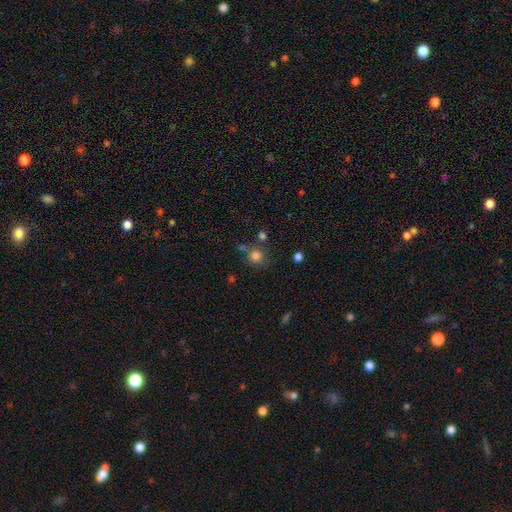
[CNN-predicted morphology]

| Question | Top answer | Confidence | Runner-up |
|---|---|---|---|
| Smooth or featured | smooth | 79% | star or artifact (14%) |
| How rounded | round | 89% | in between (10%) |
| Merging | none | 72% | minor disturbance (12%) |